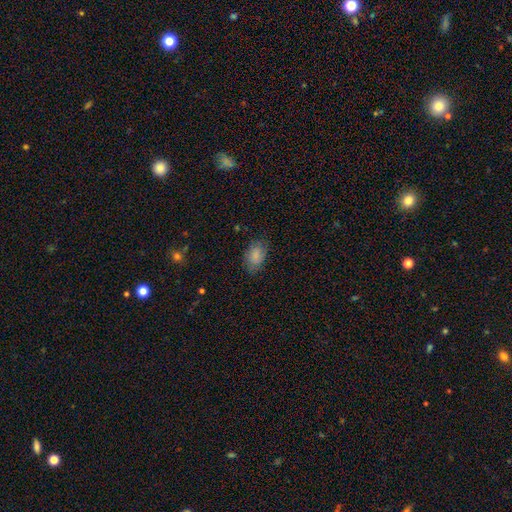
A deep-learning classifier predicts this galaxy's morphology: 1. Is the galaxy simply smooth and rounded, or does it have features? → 84% smooth, 8% featured or disk, 8% star or artifact.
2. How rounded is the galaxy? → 88% in between, 10% round, 1% cigar-shaped.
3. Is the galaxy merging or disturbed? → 77% none, 18% minor disturbance, 5% major disturbance, 1% merger.